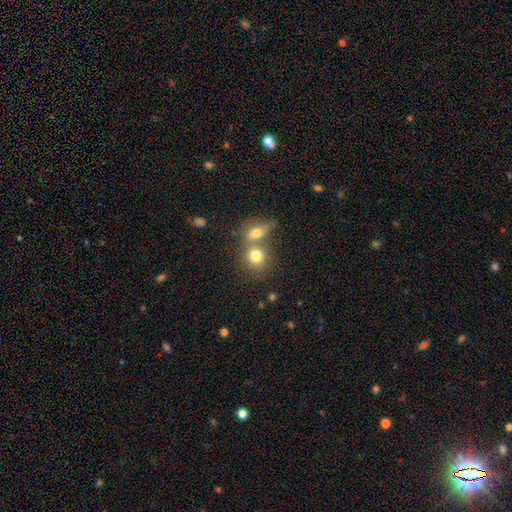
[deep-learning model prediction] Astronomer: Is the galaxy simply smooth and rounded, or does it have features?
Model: smooth — 77%.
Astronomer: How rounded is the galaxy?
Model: round — 63%.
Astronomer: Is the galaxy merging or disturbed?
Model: merger — 56% (runner-up: none, 33%).